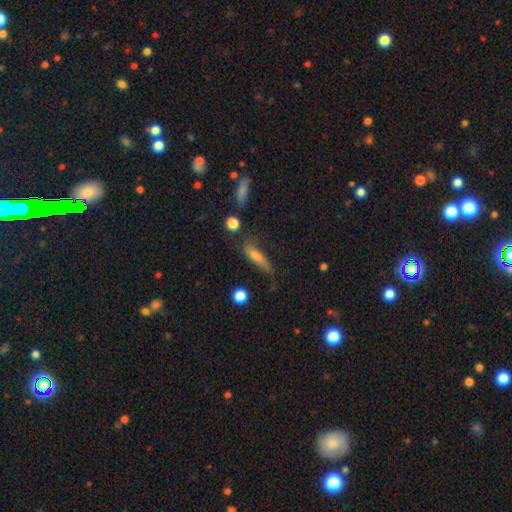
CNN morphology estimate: This is likely a smooth galaxy (61%). How rounded: likely cigar-shaped (67%). Merging: possibly none (51%).